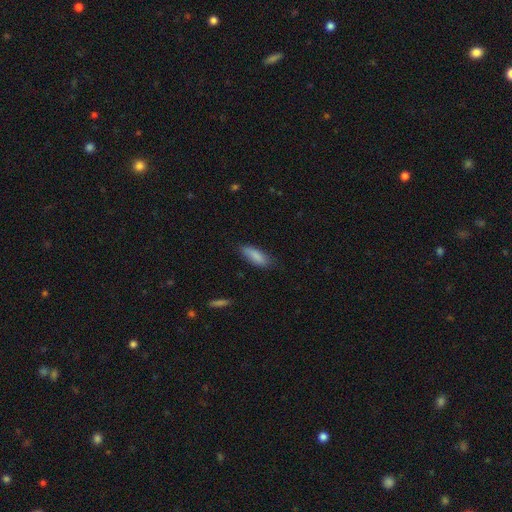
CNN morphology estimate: This is clearly a smooth galaxy (86%). How rounded: likely in between (64%). Merging: likely none (75%).